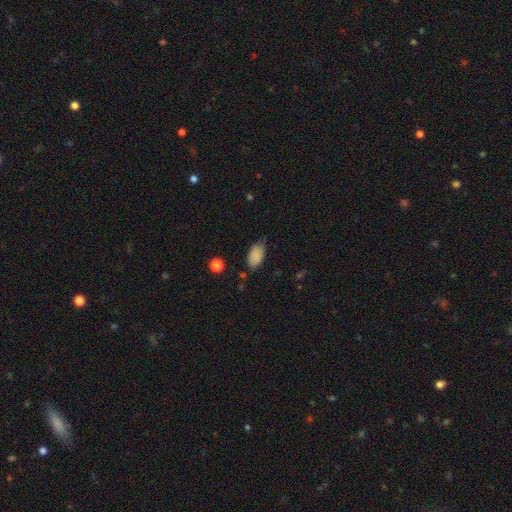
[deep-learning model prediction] smooth-or-featured: smooth: 87% | star or artifact: 8% | featured or disk: 5%
  how-rounded: in between: 93% | round: 5% | cigar-shaped: 3%
  merging: none: 65% | minor disturbance: 28% | major disturbance: 5% | merger: 2%